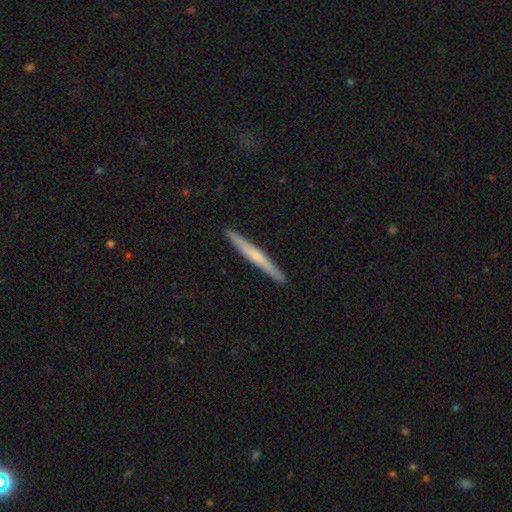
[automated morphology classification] type=featured or disk (51%); edge-on=yes (97%); merging=none (93%).